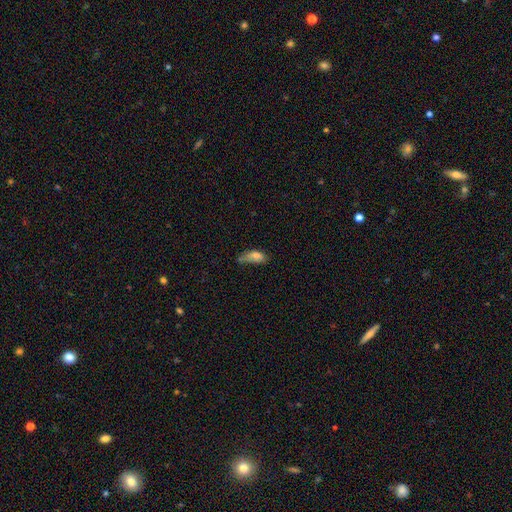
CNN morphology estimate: This is likely a smooth galaxy (75%). How rounded: clearly in between (80%). Merging: marginally minor disturbance (38%).